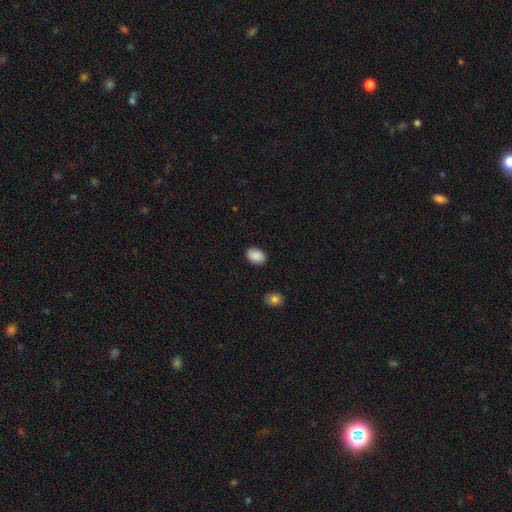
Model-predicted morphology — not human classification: Smooth or featured? Predicted: smooth (p=0.88). How rounded? Predicted: in between (p=0.79). Merging? Predicted: none (p=0.86).